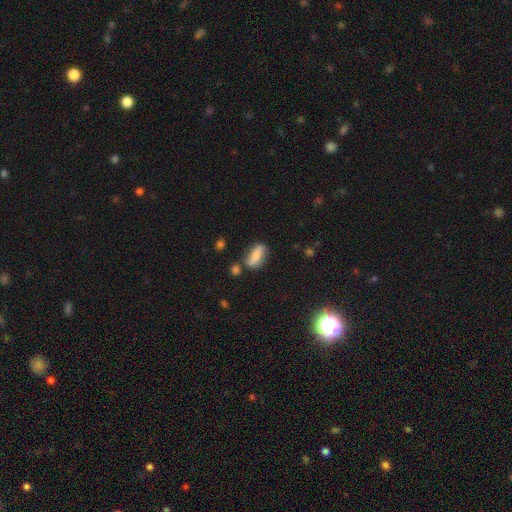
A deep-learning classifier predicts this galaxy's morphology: A smooth galaxy with no disk features (64%) that is in between round and cigar-shaped (69%).

Vote fractions:
- Smooth or featured? smooth: 64% / featured or disk: 28% / star or artifact: 9%
- How rounded? in between: 69% / cigar-shaped: 26% / round: 5%
- Merging? none: 63% / minor disturbance: 21% / merger: 10% / major disturbance: 7%